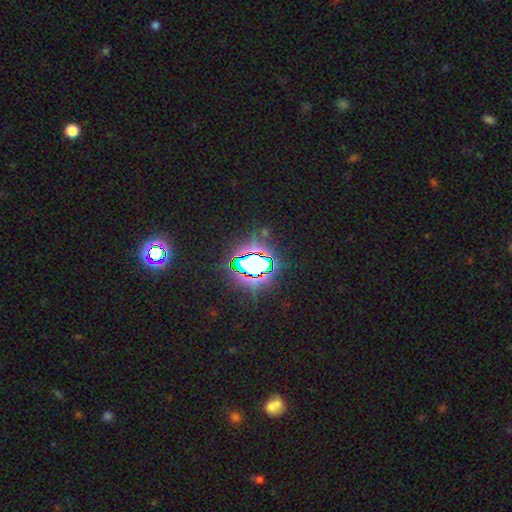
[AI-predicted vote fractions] smooth-or-featured: star or artifact: 78% | smooth: 13% | featured or disk: 9%